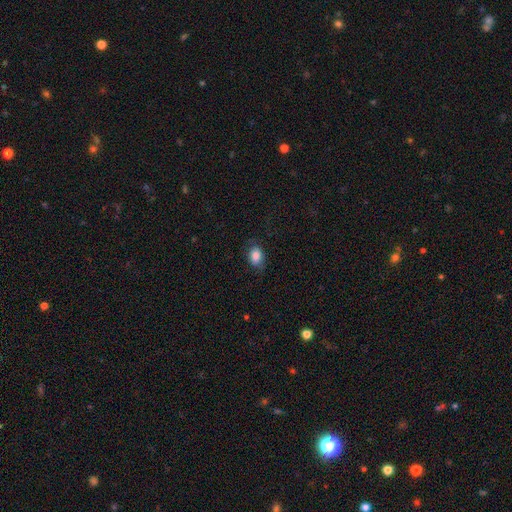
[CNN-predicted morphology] This is clearly a smooth galaxy (84%). How rounded: likely in between (76%). Merging: likely none (75%).